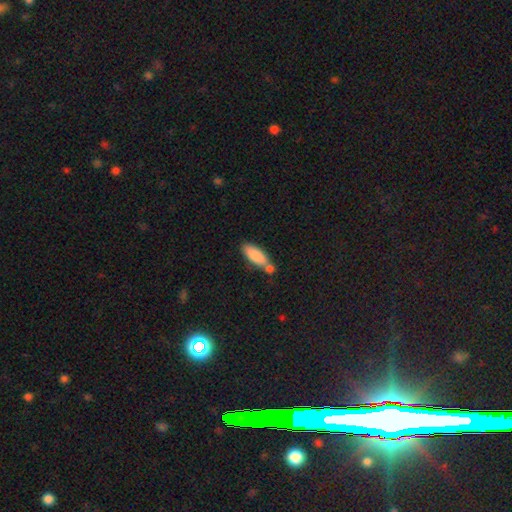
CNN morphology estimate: Q: Smooth or featured?
A: smooth (84%); runner-up: featured or disk (9%)
Q: How rounded?
A: in between (71%); runner-up: cigar-shaped (27%)
Q: Merging?
A: none (48%); runner-up: merger (32%)